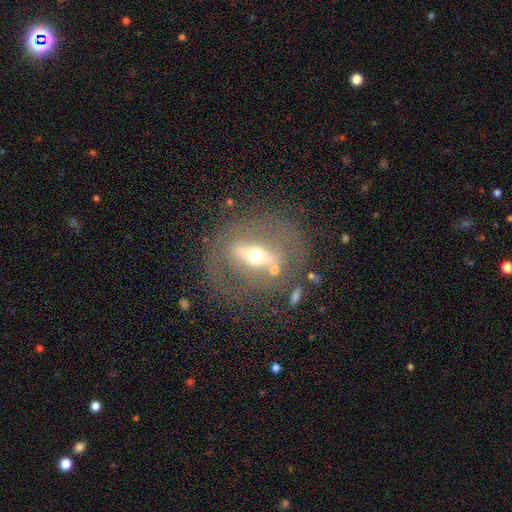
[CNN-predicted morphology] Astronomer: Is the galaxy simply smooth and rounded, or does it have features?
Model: featured or disk — 74%.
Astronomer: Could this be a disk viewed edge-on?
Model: no — 69%.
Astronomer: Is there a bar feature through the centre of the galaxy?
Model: strong — 67%.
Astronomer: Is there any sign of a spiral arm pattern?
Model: no — 77%.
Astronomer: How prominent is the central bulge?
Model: moderate — 59%.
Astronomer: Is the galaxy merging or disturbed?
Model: none — 73%.